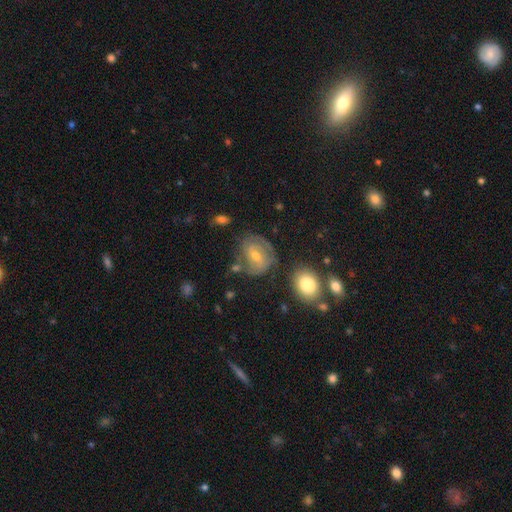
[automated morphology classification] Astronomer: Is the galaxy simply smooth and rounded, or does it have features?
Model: featured or disk — 59%.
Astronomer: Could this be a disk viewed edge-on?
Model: no — 96%.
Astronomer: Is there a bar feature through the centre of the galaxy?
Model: weak — 46% (runner-up: no, 38%).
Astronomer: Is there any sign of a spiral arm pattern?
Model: yes — 75%.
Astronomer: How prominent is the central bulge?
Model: moderate — 50% (runner-up: small, 45%).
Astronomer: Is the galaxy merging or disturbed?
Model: none — 61%.